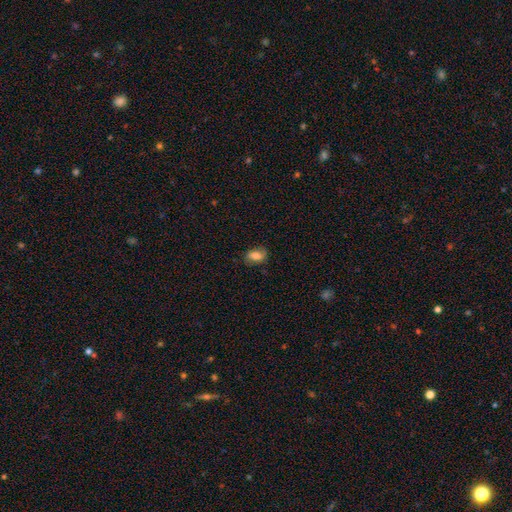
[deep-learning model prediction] Q: Smooth or featured?
A: smooth (73%); runner-up: featured or disk (17%)
Q: How rounded?
A: in between (86%); runner-up: round (11%)
Q: Merging?
A: none (72%); runner-up: minor disturbance (21%)